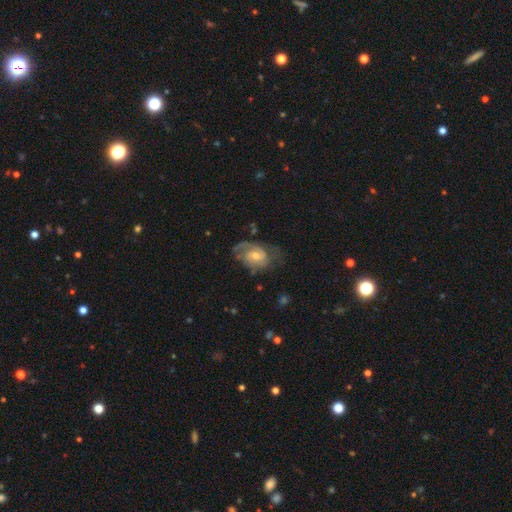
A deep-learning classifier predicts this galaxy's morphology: featured or disk 73%, smooth 21%, star or artifact 6%. Down the decision tree: edge-on disk — no (96%); bar — no (55%); spiral arms — yes (89%); spiral arm count — 2 (49%); spiral winding — medium (44%); bulge size — moderate (50%); merging — none (53%).